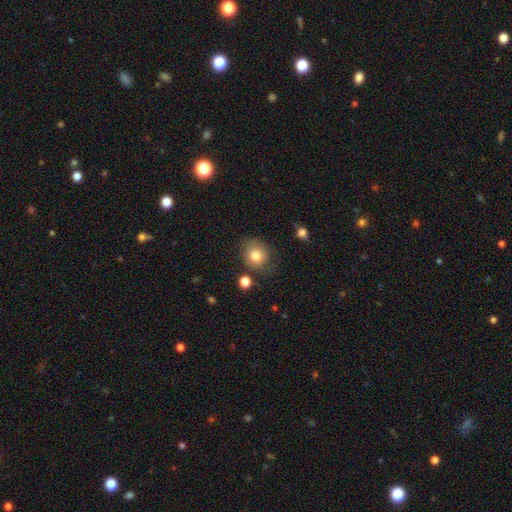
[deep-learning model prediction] Smooth or featured: smooth — 80% (featured or disk — 11%)
How rounded: round — 77% (in between — 22%)
Merging: none — 72% (minor disturbance — 19%)